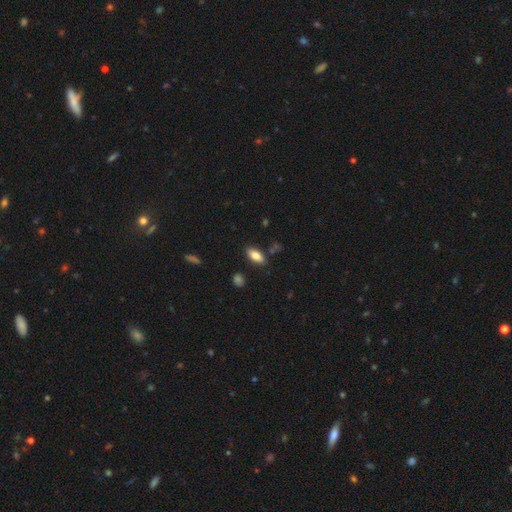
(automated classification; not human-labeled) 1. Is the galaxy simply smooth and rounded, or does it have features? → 82% smooth, 11% featured or disk, 7% star or artifact.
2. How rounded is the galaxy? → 87% in between, 10% cigar-shaped, 3% round.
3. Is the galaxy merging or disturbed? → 84% none, 11% minor disturbance, 3% merger, 2% major disturbance.